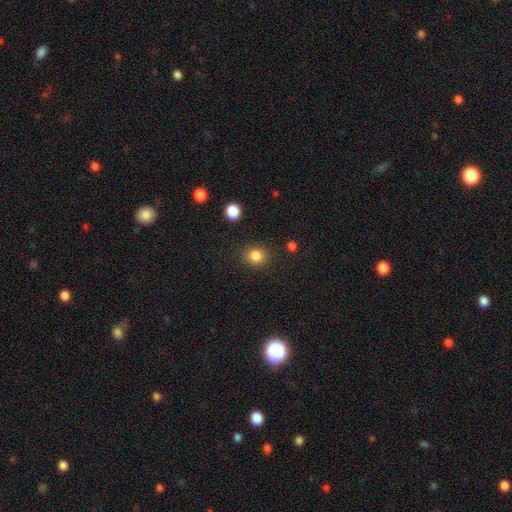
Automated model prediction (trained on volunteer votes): Smooth or featured? smooth (85%)
How rounded? round (83%)
Merging? none (87%)